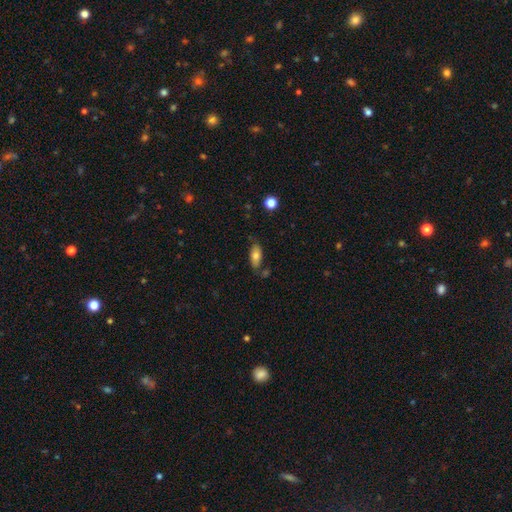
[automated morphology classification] A smooth galaxy with no disk features (72%) that is in between round and cigar-shaped (83%). Merging: none (67%).